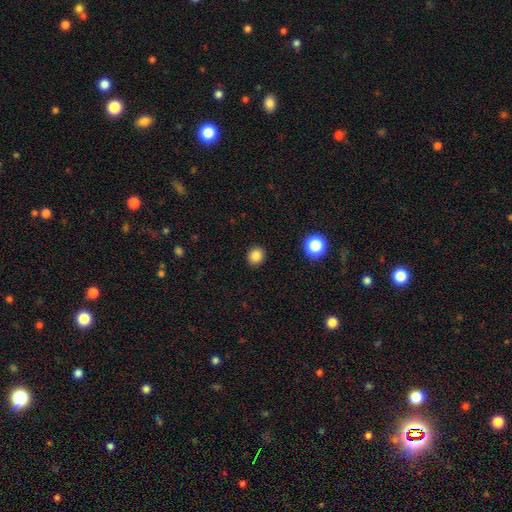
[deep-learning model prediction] The model was most divided on "how rounded": round: 78%, in between: 21%, cigar-shaped: 1%. More confident: merging — none (91%); smooth or featured — smooth (84%).